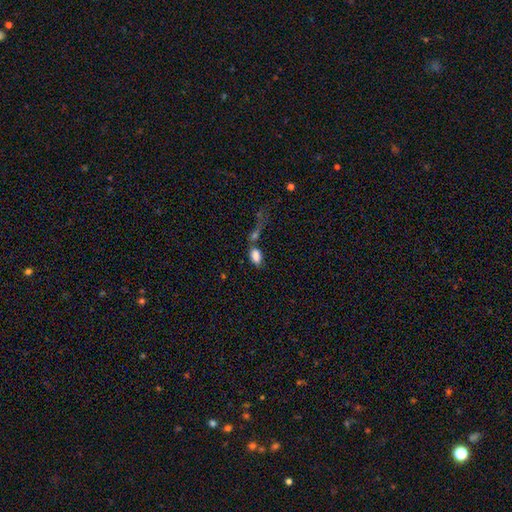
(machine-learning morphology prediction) Smooth or featured: smooth — 84% (star or artifact — 9%)
How rounded: in between — 91% (round — 6%)
Merging: merger — 39% (none — 36%)